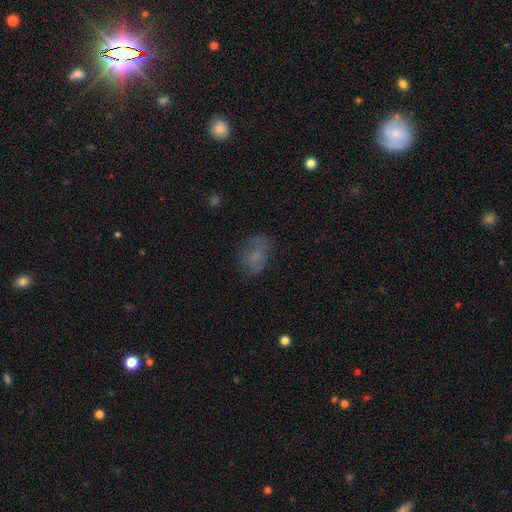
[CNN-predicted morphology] Smooth or featured?
  - smooth: 62% *
  - featured or disk: 23%
  - star or artifact: 15%
How rounded?
  - in between: 73% *
  - round: 25%
  - cigar-shaped: 2%
Merging?
  - none: 59% *
  - minor disturbance: 23%
  - major disturbance: 15%
  - merger: 2%